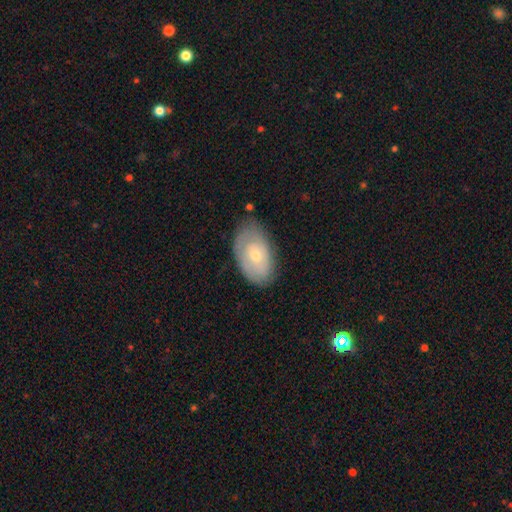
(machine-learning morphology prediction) smooth 51%, featured or disk 43%, star or artifact 6%. Down the decision tree: how rounded — in between (92%); merging — none (70%).